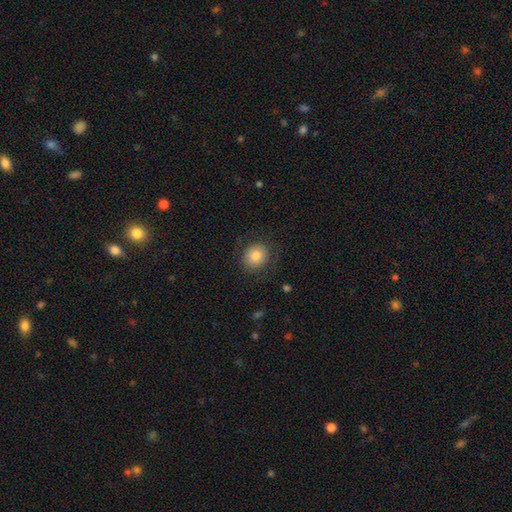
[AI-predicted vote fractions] Smooth or featured: smooth — 82% (featured or disk — 9%)
How rounded: round — 80% (in between — 20%)
Merging: none — 79% (minor disturbance — 14%)